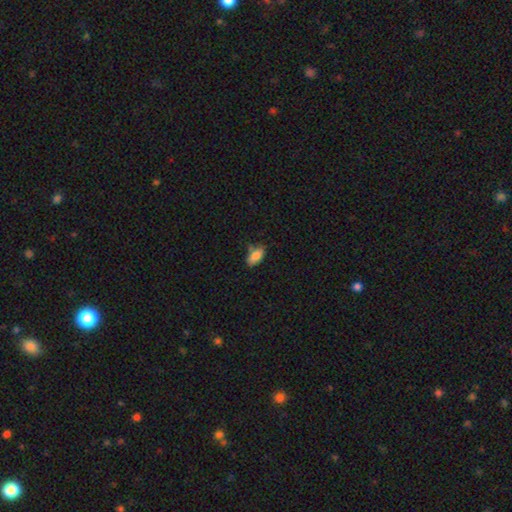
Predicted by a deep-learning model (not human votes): Smooth or featured? smooth (86%)
How rounded? in between (91%)
Merging? none (69%)